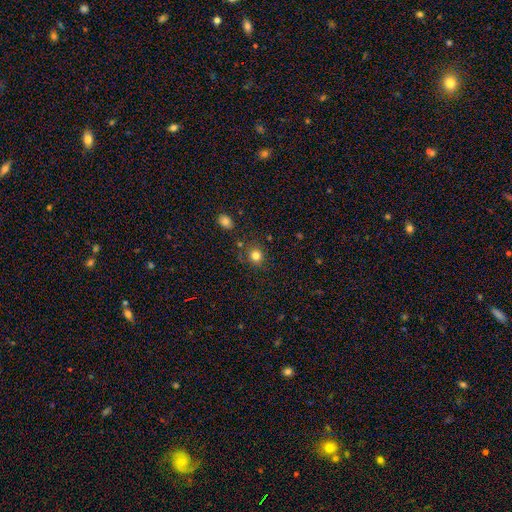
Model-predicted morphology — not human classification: Smooth or featured?
  - smooth: 80% *
  - star or artifact: 13%
  - featured or disk: 7%
How rounded?
  - round: 85% *
  - in between: 15%
  - cigar-shaped: 1%
Merging?
  - none: 80% *
  - minor disturbance: 12%
  - merger: 4%
  - major disturbance: 4%